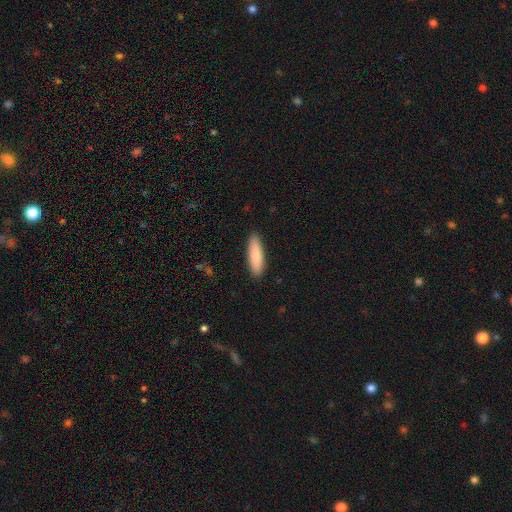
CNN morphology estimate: Overall: smooth (86%). How rounded: cigar-shaped (60%; in between 39%). Merging: none (89%).